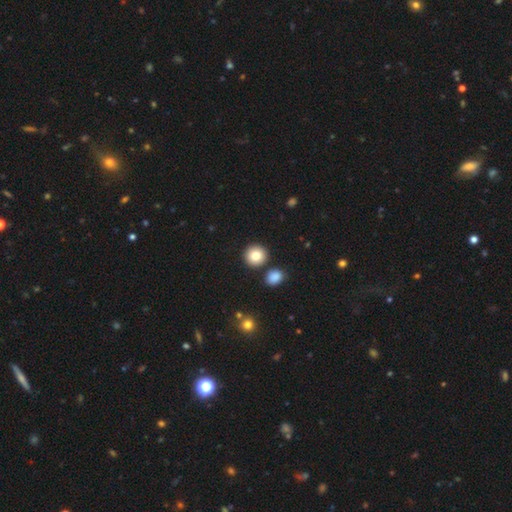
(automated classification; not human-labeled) A smooth galaxy with no disk features (83%) that is round (92%).

Vote fractions:
- Smooth or featured? smooth: 83% / star or artifact: 9% / featured or disk: 8%
- How rounded? round: 92% / in between: 7% / cigar-shaped: 1%
- Merging? none: 85% / merger: 7% / minor disturbance: 6% / major disturbance: 2%